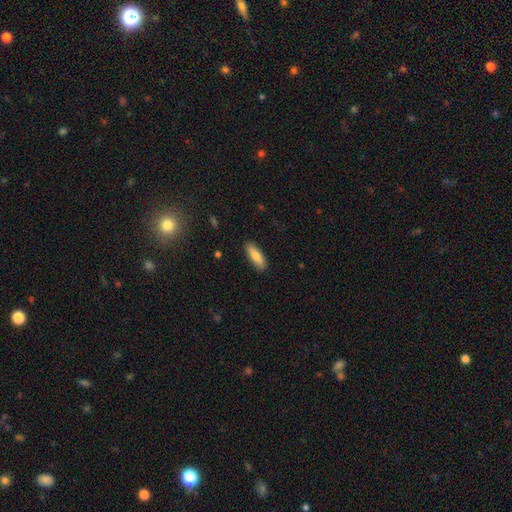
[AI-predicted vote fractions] Morphology: type=smooth (79%); roundness=cigar-shaped (49%, tied with in between); merging=none (87%).